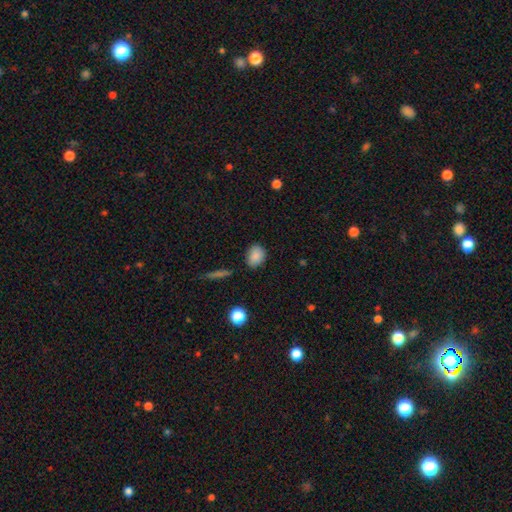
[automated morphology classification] Smooth or featured? Predicted: smooth (p=0.86). How rounded? Predicted: in between (p=0.60). Merging? Predicted: none (p=0.80).